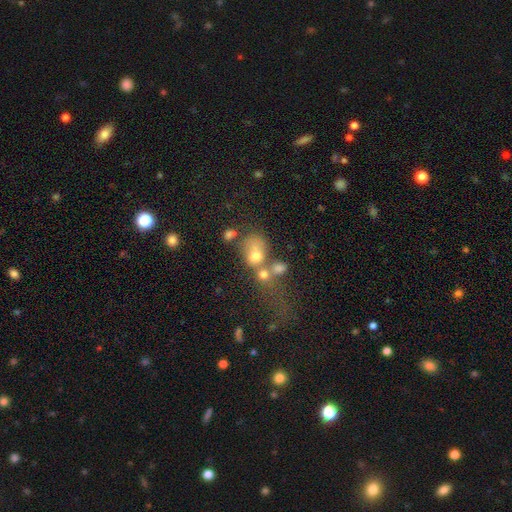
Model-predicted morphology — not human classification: smooth_or_featured: smooth (p=0.60) [alt: featured or disk p=0.24]
how_rounded: round (p=0.51) [alt: in between p=0.47]
merging: merger (p=0.54) [alt: none p=0.21]